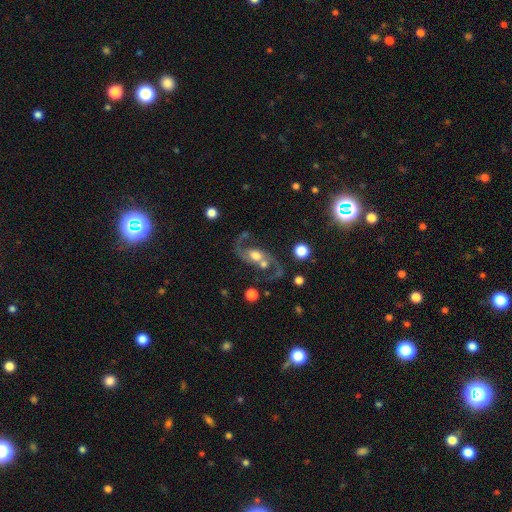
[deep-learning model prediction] smooth-or-featured: featured or disk: 79% | smooth: 13% | star or artifact: 8%
  disk-edge-on: no: 96% | yes: 4%
    bar: no: 60% | weak: 30% | strong: 10%
    has-spiral-arms: yes: 92% | no: 8%
      spiral-winding: loose: 67% | medium: 27% | tight: 6%
      spiral-arm-count: 2: 88% | 1: 8% | can't tell: 2% | 3: 1% | 4: 1% | more than 4: 1%
    bulge-size: moderate: 50% | large: 31% | small: 11% | dominant: 4% | none: 4%
  merging: none: 43% | merger: 31% | minor disturbance: 13% | major disturbance: 13%